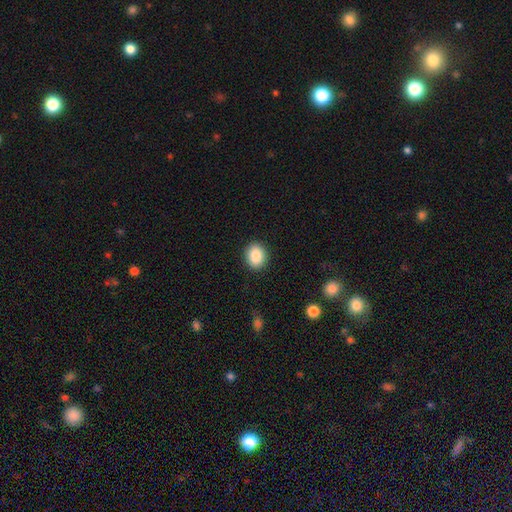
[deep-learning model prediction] A smooth galaxy with no disk features (87%) that is round (57%). Merging: none (90%).